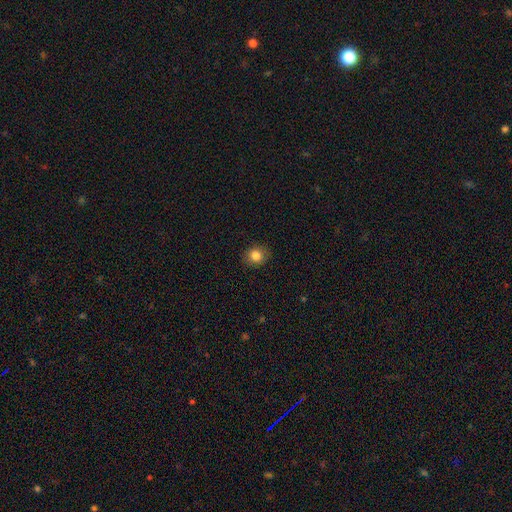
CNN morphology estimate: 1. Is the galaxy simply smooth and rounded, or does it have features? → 83% smooth, 10% star or artifact, 7% featured or disk.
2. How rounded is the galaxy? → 70% round, 30% in between, 1% cigar-shaped.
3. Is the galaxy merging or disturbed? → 88% none, 9% minor disturbance, 2% major disturbance, 1% merger.